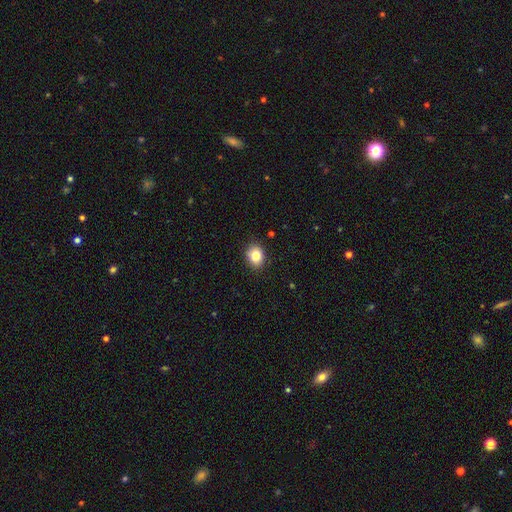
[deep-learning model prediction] Smooth or featured? Predicted: smooth (p=0.83). How rounded? Predicted: round (p=0.51). Merging? Predicted: none (p=0.88).